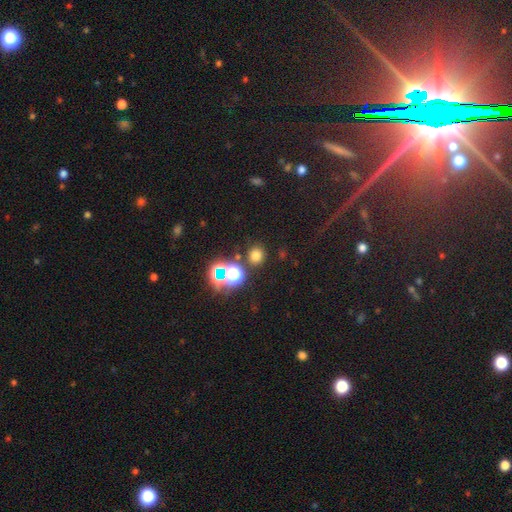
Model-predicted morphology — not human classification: Smooth or featured? Predicted: smooth (p=0.68). How rounded? Predicted: round (p=0.87). Merging? Predicted: none (p=0.84).